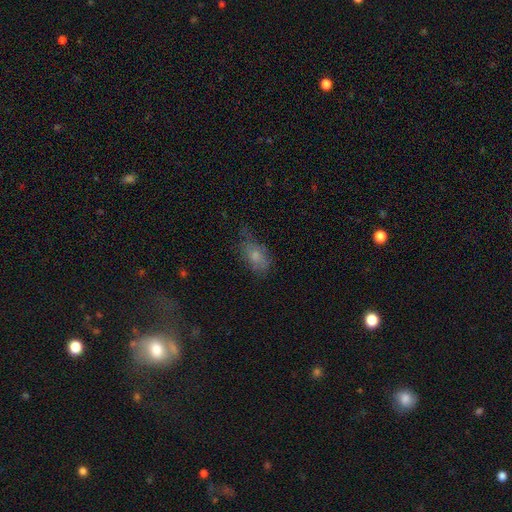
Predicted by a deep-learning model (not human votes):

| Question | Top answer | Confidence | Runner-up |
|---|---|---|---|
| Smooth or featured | smooth | 69% | featured or disk (20%) |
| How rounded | in between | 87% | round (9%) |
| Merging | none | 49% | minor disturbance (33%) |